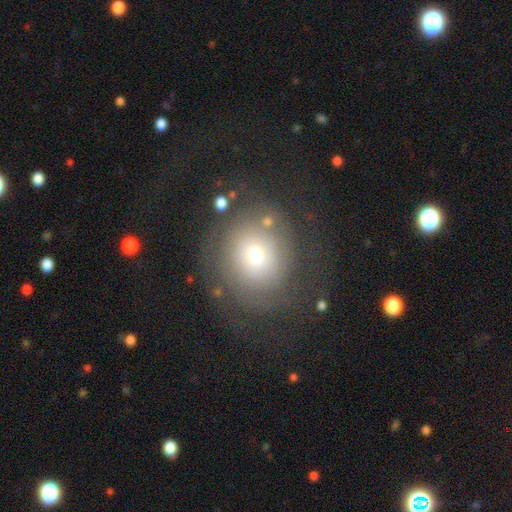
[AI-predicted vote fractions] A smooth galaxy with no disk features (48%).

Vote fractions:
- Smooth or featured? smooth: 48% / featured or disk: 38% / star or artifact: 14%
- Merging? none: 67% / major disturbance: 15% / minor disturbance: 15% / merger: 3%